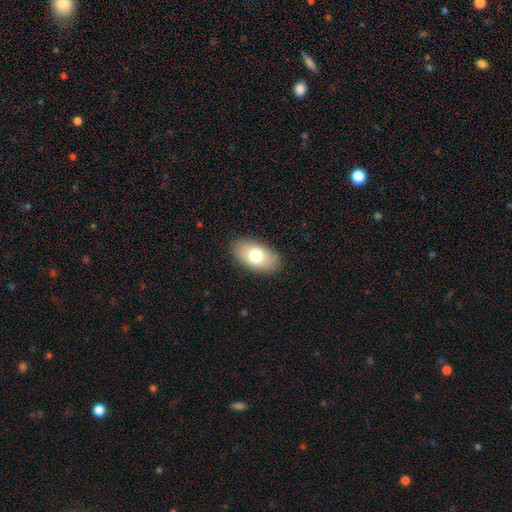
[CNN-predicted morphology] Smooth or featured: smooth — 74% (featured or disk — 19%)
How rounded: in between — 93% (round — 5%)
Merging: none — 87% (minor disturbance — 9%)